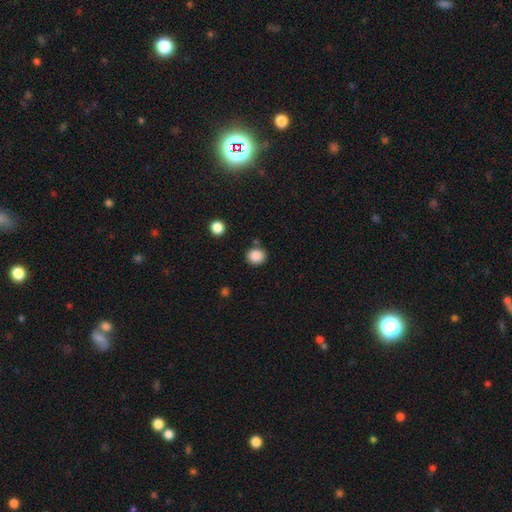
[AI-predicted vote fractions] smooth-or-featured: smooth: 87% | star or artifact: 10% | featured or disk: 3%
  how-rounded: round: 84% | in between: 16% | cigar-shaped: 1%
  merging: none: 81% | minor disturbance: 10% | merger: 6% | major disturbance: 3%